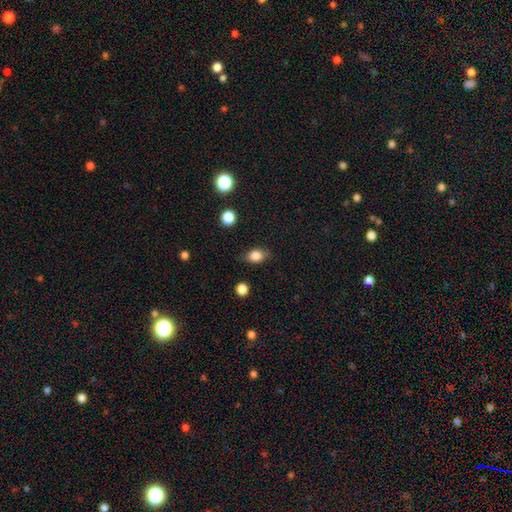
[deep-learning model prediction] Q: Smooth or featured?
A: smooth (83%); runner-up: star or artifact (9%)
Q: How rounded?
A: in between (72%); runner-up: round (26%)
Q: Merging?
A: none (80%); runner-up: minor disturbance (15%)